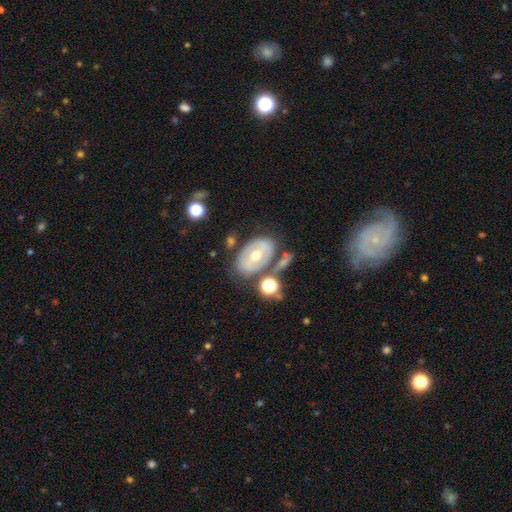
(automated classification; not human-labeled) This is possibly a featured or disk galaxy (58%). It is clearly not viewed edge-on (93%). Bar: likely no (76%). Spiral arm pattern: likely no (65%). Central bulge: likely moderate (69%). Merging: likely none (66%).